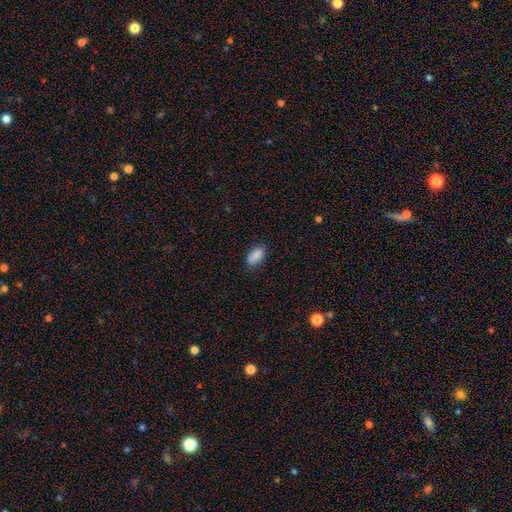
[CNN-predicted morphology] smooth 87%, star or artifact 8%, featured or disk 6%. Down the decision tree: how rounded — in between (91%); merging — none (76%).